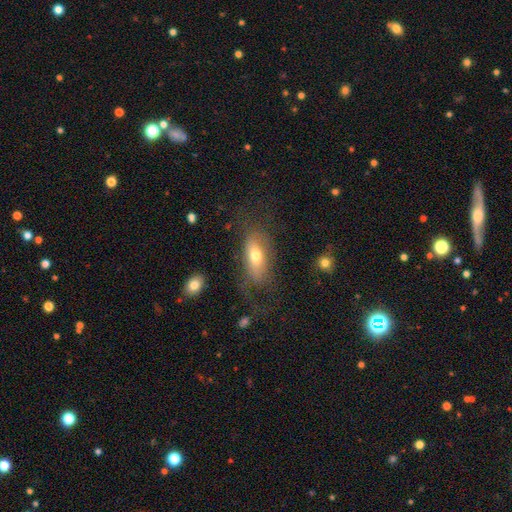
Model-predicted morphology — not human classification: type=smooth (64%); roundness=in between (82%); merging=none (54%).